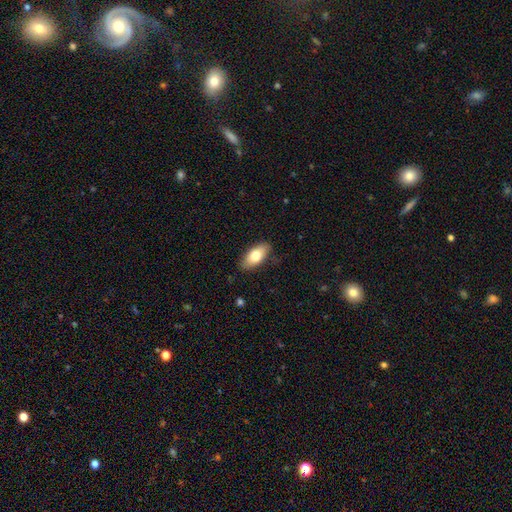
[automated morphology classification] Smooth or featured? Predicted: smooth (p=0.76). How rounded? Predicted: in between (p=0.90). Merging? Predicted: none (p=0.84).